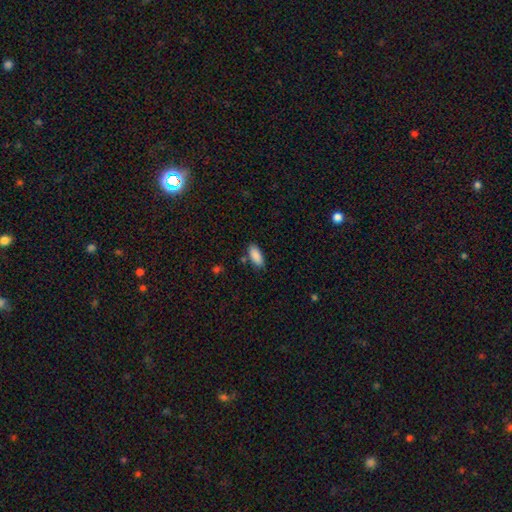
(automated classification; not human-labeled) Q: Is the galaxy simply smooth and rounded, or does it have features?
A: smooth — 89%.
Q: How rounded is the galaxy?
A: in between — 88%.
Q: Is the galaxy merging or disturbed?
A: none — 81%.